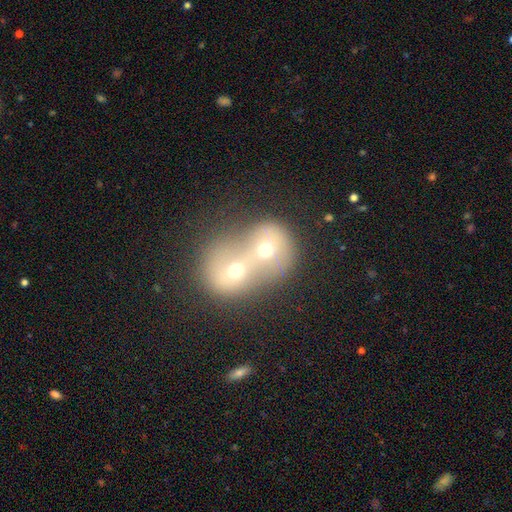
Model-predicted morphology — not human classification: This is possibly a smooth galaxy (48%). Merging: clearly merger (83%).